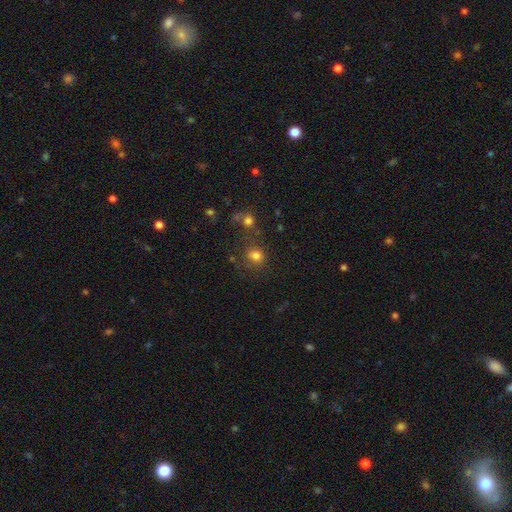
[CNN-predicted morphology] Smooth or featured?
  - smooth: 76% *
  - star or artifact: 16%
  - featured or disk: 8%
How rounded?
  - round: 74% *
  - in between: 25%
  - cigar-shaped: 1%
Merging?
  - none: 65% *
  - merger: 14%
  - minor disturbance: 14%
  - major disturbance: 7%